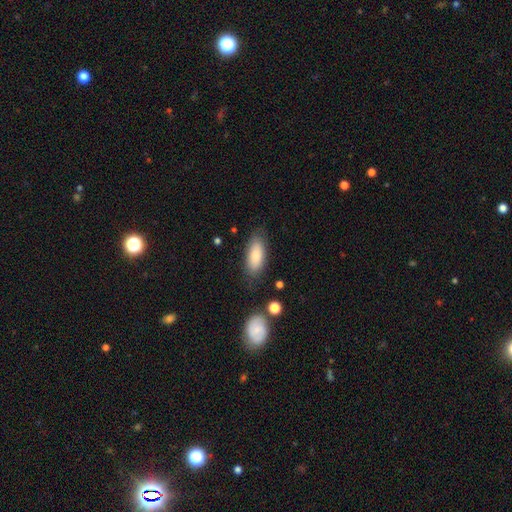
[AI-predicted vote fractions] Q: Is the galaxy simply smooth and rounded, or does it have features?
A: smooth — 79%.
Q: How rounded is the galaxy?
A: in between — 80%.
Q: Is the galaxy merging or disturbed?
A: none — 77%.